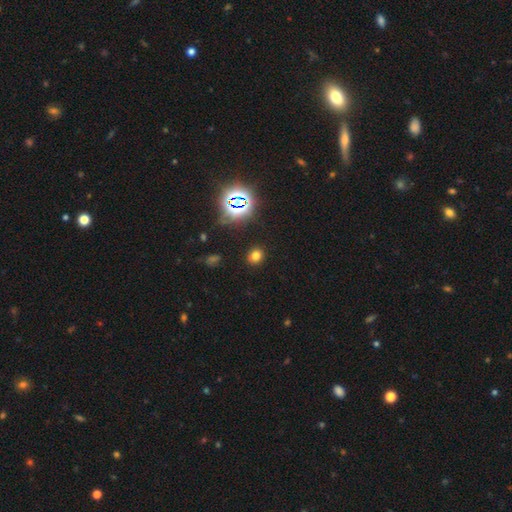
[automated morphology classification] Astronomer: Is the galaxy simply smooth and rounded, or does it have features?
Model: smooth — 69%.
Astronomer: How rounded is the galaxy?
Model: round — 72%.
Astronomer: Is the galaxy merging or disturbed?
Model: none — 88%.